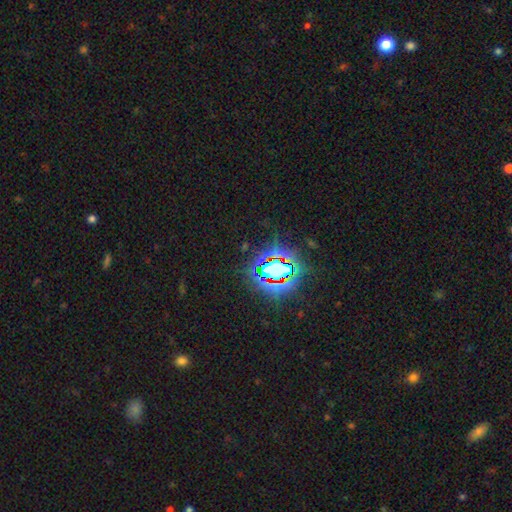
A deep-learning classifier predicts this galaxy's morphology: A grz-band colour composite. It shows a star or artifact, not a galaxy (80%).